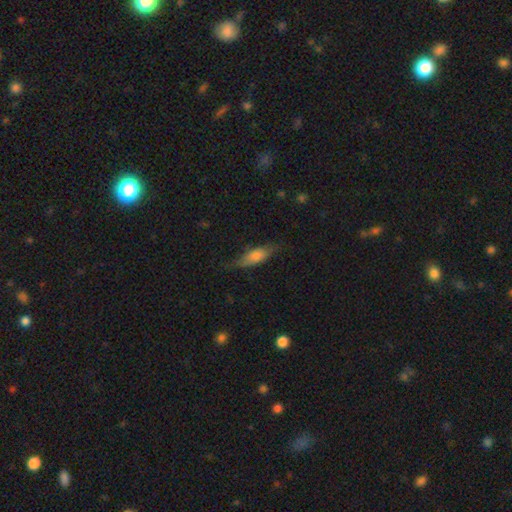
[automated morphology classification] Smooth or featured: smooth — 69% (featured or disk — 24%)
How rounded: in between — 64% (cigar-shaped — 33%)
Merging: none — 64% (minor disturbance — 27%)